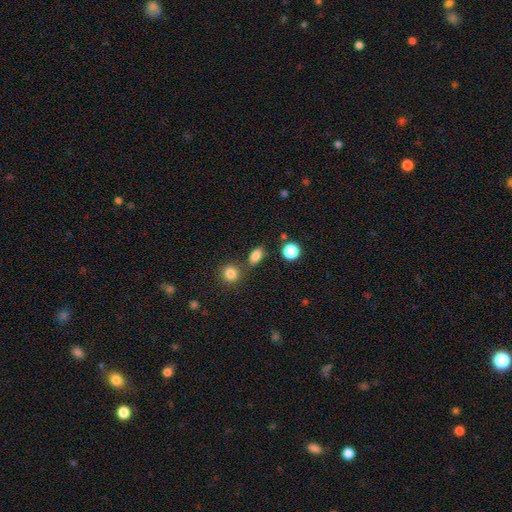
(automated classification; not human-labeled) smooth-or-featured: smooth: 84% | star or artifact: 11% | featured or disk: 5%
  how-rounded: in between: 77% | round: 18% | cigar-shaped: 5%
  merging: none: 77% | minor disturbance: 11% | merger: 8% | major disturbance: 3%